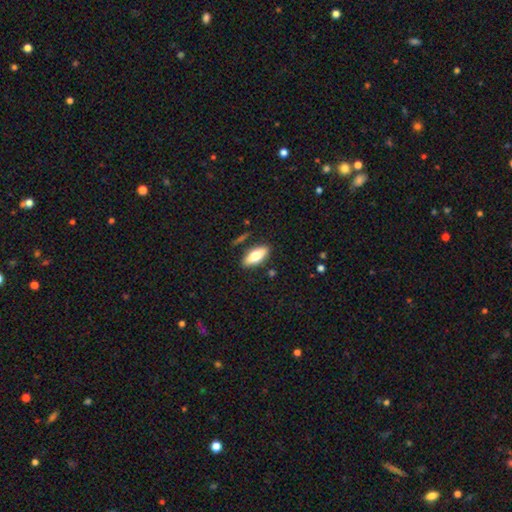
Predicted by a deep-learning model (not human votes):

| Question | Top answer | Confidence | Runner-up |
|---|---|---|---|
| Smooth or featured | smooth | 68% | featured or disk (26%) |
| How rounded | in between | 79% | cigar-shaped (19%) |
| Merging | none | 84% | minor disturbance (10%) |